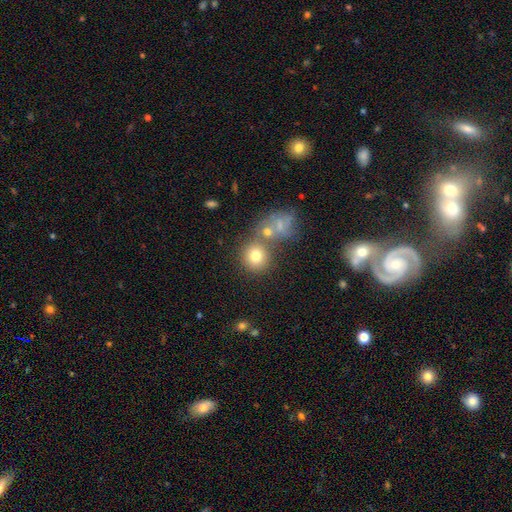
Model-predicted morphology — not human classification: Smooth or featured? Predicted: smooth (p=0.76). How rounded? Predicted: round (p=0.86). Merging? Predicted: none (p=0.57).